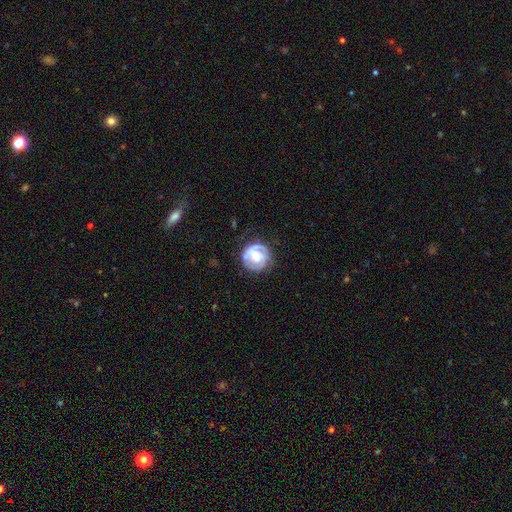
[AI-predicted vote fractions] This is likely a featured or disk galaxy (64%). It is clearly not viewed edge-on (97%). Bar: marginally weak (43%). Spiral arm pattern: likely yes (73%). Central bulge: possibly moderate (51%). Merging: likely none (67%).